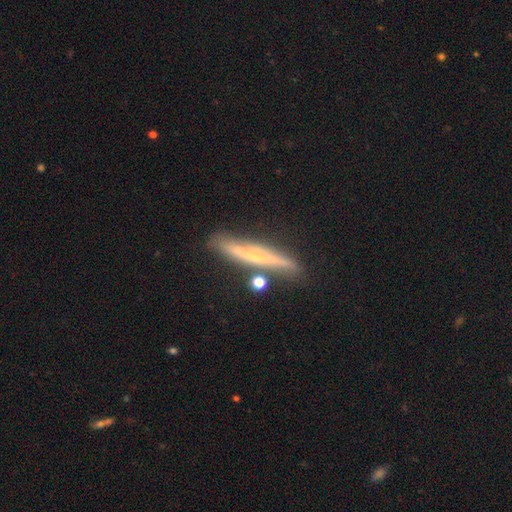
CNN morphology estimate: Overall: featured or disk (61%; smooth 31%). Edge-on disk: yes (92%). Edge-on bulge: none (54%; rounded 37%). Merging: none (76%).